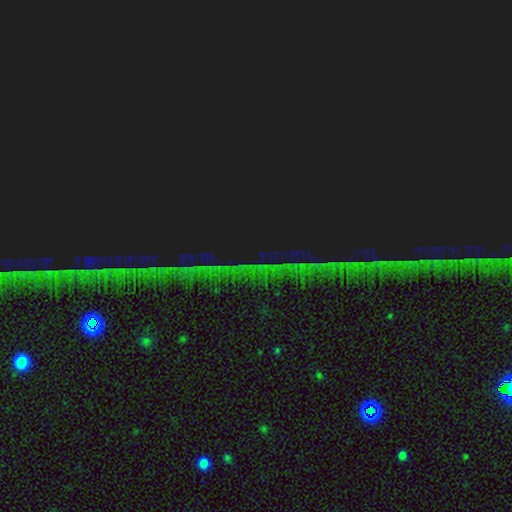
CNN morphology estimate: star or artifact 86%, featured or disk 8%, smooth 6%.